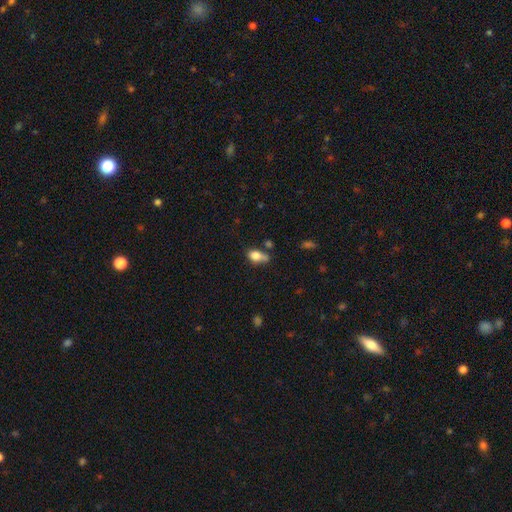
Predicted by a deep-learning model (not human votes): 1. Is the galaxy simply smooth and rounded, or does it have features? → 79% smooth, 12% featured or disk, 9% star or artifact.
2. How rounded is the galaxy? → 79% in between, 15% round, 5% cigar-shaped.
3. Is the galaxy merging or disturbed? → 40% none, 30% minor disturbance, 18% merger, 12% major disturbance.